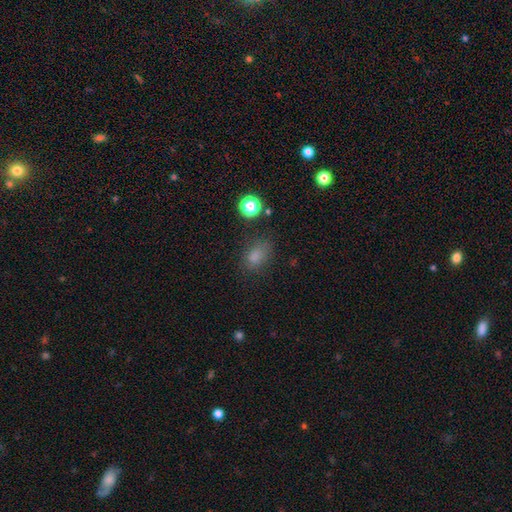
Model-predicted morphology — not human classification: A smooth galaxy with no disk features (78%) that is in between round and cigar-shaped (75%).

Vote fractions:
- Smooth or featured? smooth: 78% / star or artifact: 16% / featured or disk: 6%
- How rounded? in between: 75% / round: 23% / cigar-shaped: 2%
- Merging? none: 71% / minor disturbance: 19% / major disturbance: 7% / merger: 4%